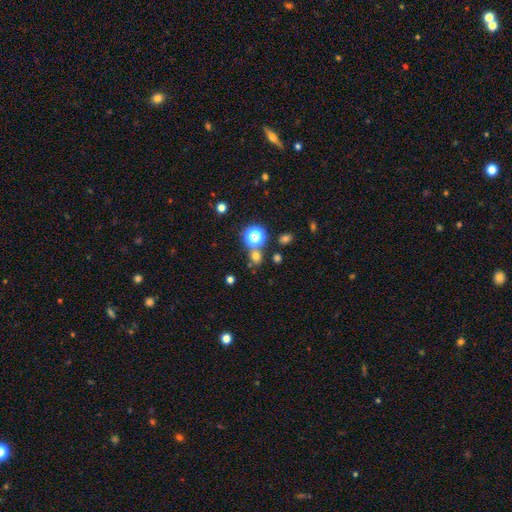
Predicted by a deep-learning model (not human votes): A smooth galaxy with no disk features (61%) that is round (82%).

Vote fractions:
- Smooth or featured? smooth: 61% / star or artifact: 32% / featured or disk: 7%
- How rounded? round: 82% / in between: 17% / cigar-shaped: 1%
- Merging? none: 73% / merger: 14% / minor disturbance: 9% / major disturbance: 4%